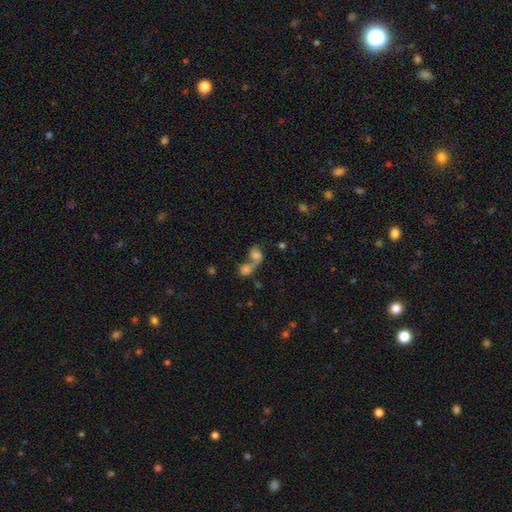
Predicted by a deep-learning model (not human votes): The model was most divided on "how rounded": in between: 53%, round: 43%, cigar-shaped: 3%. More confident: merging — merger (73%); smooth or featured — smooth (53%).